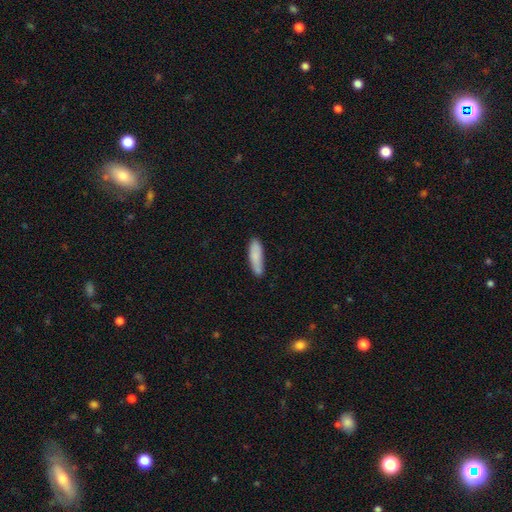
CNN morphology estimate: Q: Smooth or featured?
A: smooth (84%); runner-up: featured or disk (10%)
Q: How rounded?
A: cigar-shaped (64%); runner-up: in between (34%)
Q: Merging?
A: none (72%); runner-up: minor disturbance (20%)